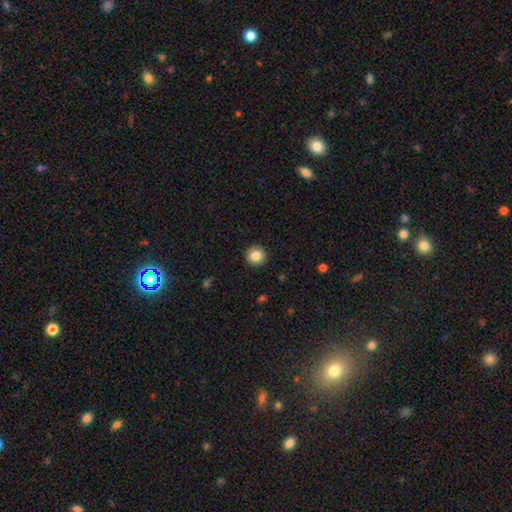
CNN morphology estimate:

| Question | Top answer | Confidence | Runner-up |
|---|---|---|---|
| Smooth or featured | smooth | 86% | star or artifact (9%) |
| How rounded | round | 95% | in between (4%) |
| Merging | none | 93% | minor disturbance (5%) |